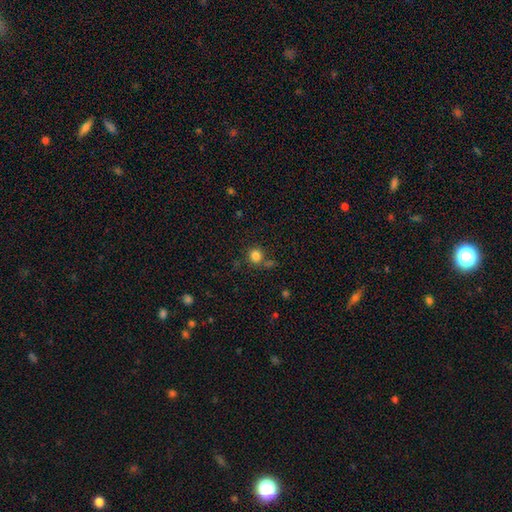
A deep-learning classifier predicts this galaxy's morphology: Smooth or featured? smooth (82%)
How rounded? round (91%)
Merging? none (72%)